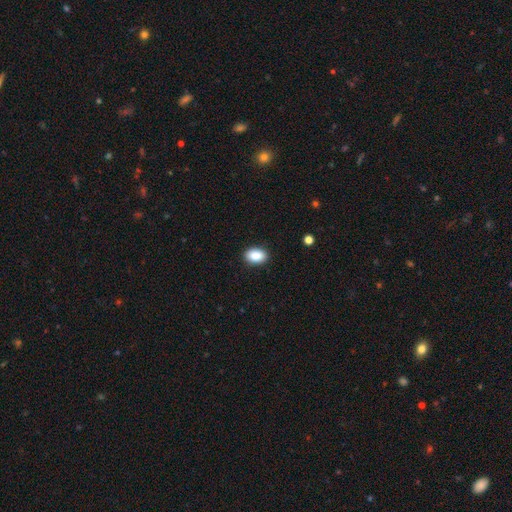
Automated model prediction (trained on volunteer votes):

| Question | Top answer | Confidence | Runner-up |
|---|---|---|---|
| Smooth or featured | smooth | 89% | star or artifact (8%) |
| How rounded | in between | 85% | round (14%) |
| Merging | none | 90% | minor disturbance (7%) |